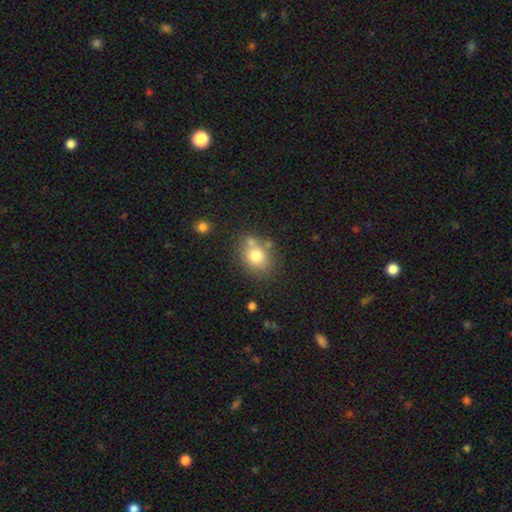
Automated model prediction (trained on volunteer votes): Smooth or featured: smooth — 75% (featured or disk — 14%)
How rounded: round — 58% (in between — 41%)
Merging: none — 61% (merger — 17%)